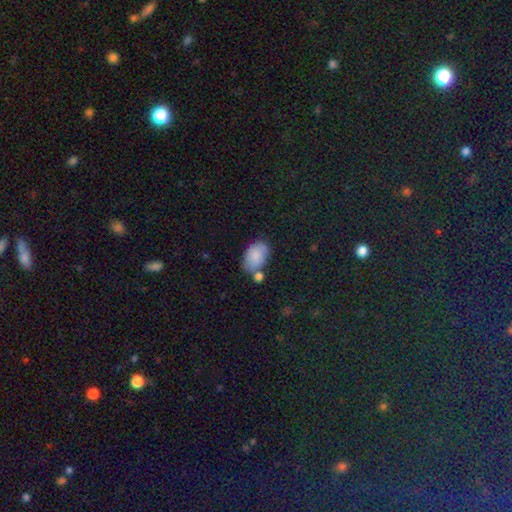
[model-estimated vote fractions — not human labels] Morphology: type=smooth (84%); roundness=in between (91%); merging=none (54%).